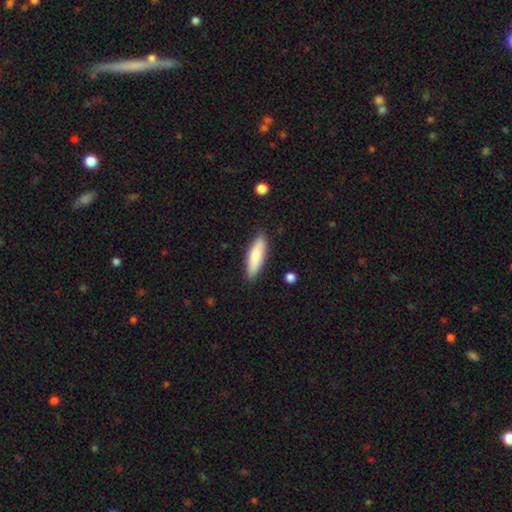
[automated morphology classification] Overall: smooth (81%). How rounded: cigar-shaped (60%; in between 39%). Merging: none (85%).